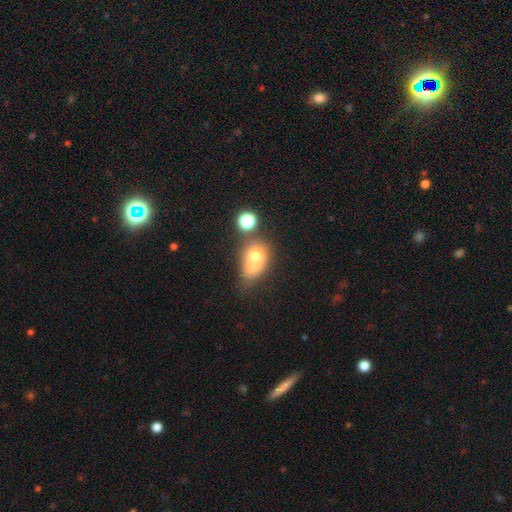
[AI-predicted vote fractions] This appears to be a smooth galaxy with no disk features (65%) that is round (58%). Merging: merger (62%).